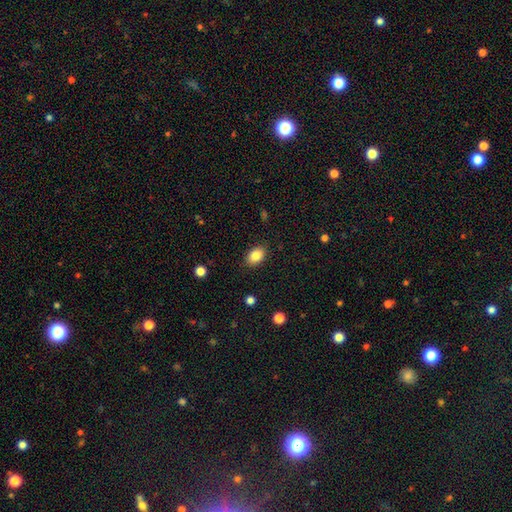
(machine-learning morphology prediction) Smooth or featured? Predicted: smooth (p=0.85). How rounded? Predicted: in between (p=0.83). Merging? Predicted: none (p=0.87).